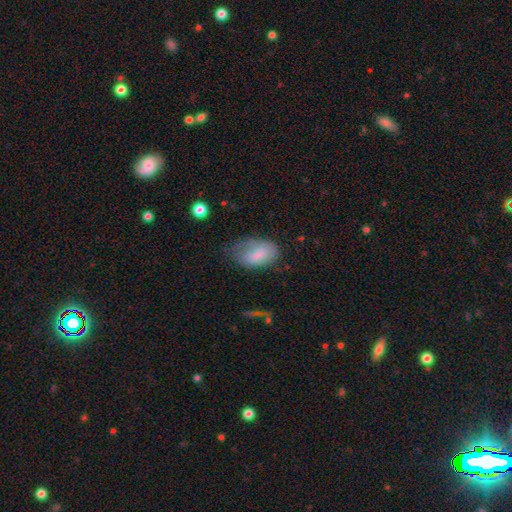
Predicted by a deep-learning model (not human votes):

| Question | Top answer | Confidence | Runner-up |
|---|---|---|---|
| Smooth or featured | smooth | 71% | featured or disk (20%) |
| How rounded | in between | 92% | round (6%) |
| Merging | none | 39% | minor disturbance (37%) |